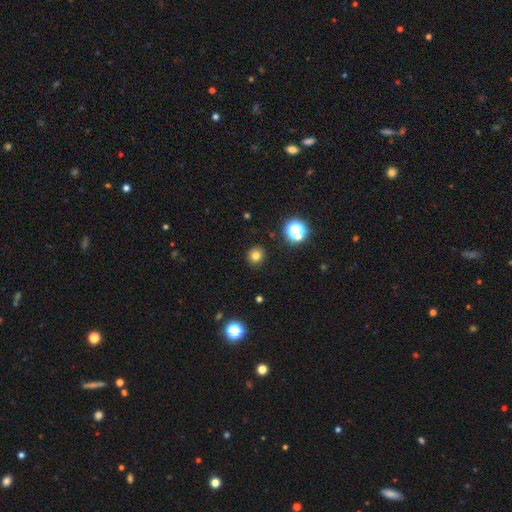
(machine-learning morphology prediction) A smooth galaxy with no disk features (77%) that is round (91%).

Vote fractions:
- Smooth or featured? smooth: 77% / star or artifact: 17% / featured or disk: 7%
- How rounded? round: 91% / in between: 8% / cigar-shaped: 1%
- Merging? none: 91% / minor disturbance: 6% / major disturbance: 2% / merger: 1%